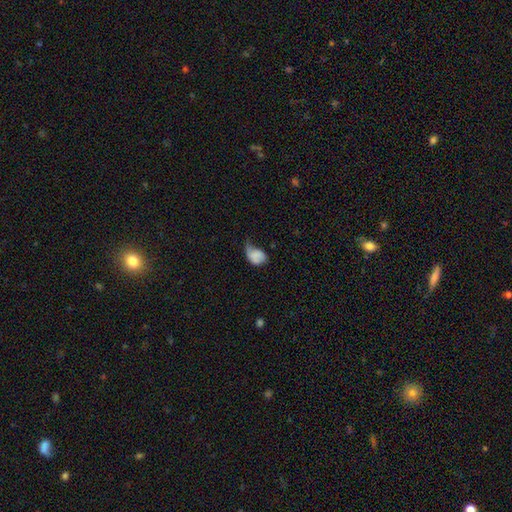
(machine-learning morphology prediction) Q: Smooth or featured?
A: smooth (73%); runner-up: featured or disk (18%)
Q: How rounded?
A: in between (74%); runner-up: round (25%)
Q: Merging?
A: minor disturbance (40%); runner-up: major disturbance (38%)